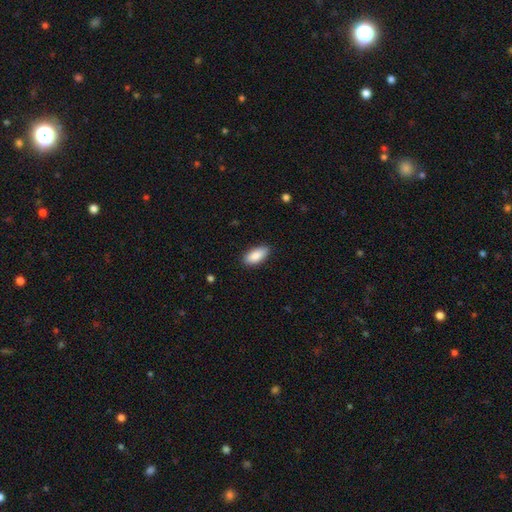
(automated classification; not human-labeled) Q: Smooth or featured?
A: smooth (88%); runner-up: star or artifact (6%)
Q: How rounded?
A: in between (91%); runner-up: cigar-shaped (7%)
Q: Merging?
A: none (84%); runner-up: minor disturbance (13%)